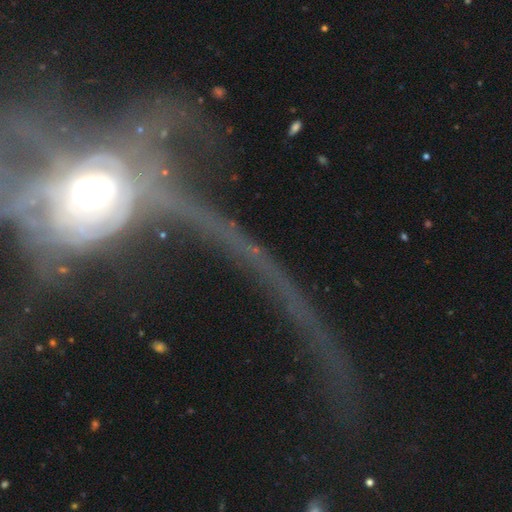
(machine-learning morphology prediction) The model was most divided on "smooth or featured": featured or disk: 60%, star or artifact: 23%, smooth: 17%. More confident: edge-on disk — no (71%); merging — major disturbance (60%).